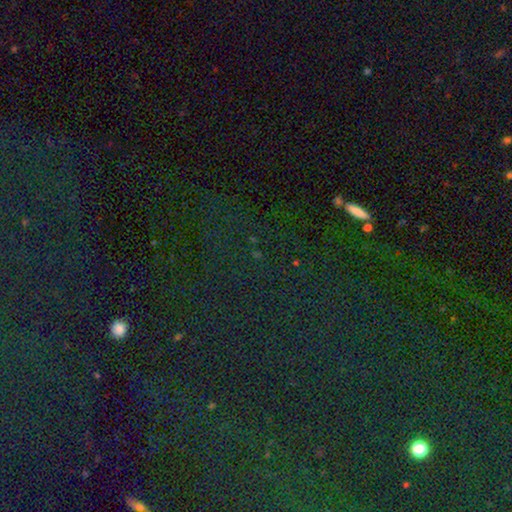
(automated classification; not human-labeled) Smooth or featured: star or artifact — 80% (smooth — 12%)